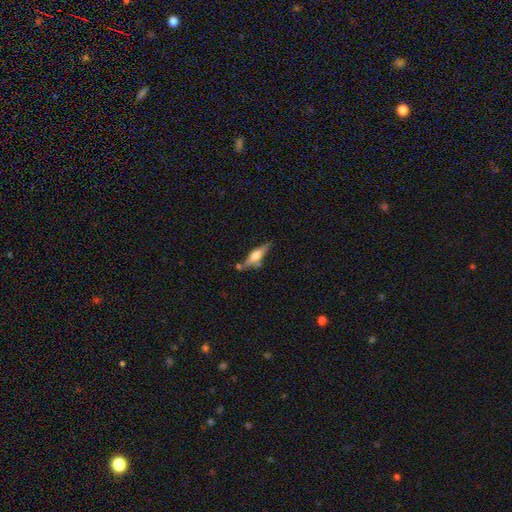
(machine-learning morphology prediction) featured or disk 61%, smooth 32%, star or artifact 7%. Down the decision tree: edge-on disk — yes (93%); edge-on bulge — rounded (88%); merging — none (66%).